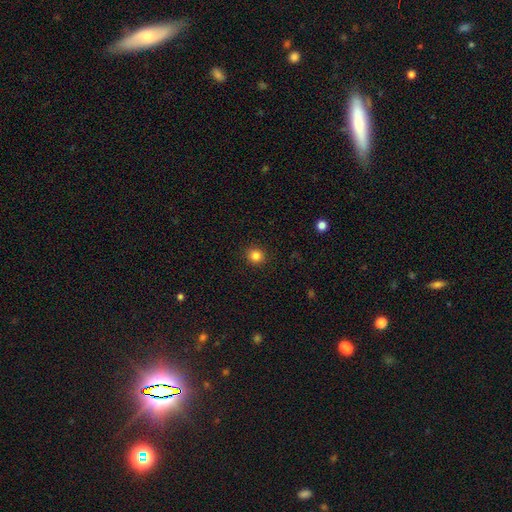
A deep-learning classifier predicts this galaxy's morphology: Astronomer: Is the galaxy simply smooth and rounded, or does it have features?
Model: smooth — 84%.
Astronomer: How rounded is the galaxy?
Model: round — 91%.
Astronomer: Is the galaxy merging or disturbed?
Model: none — 92%.